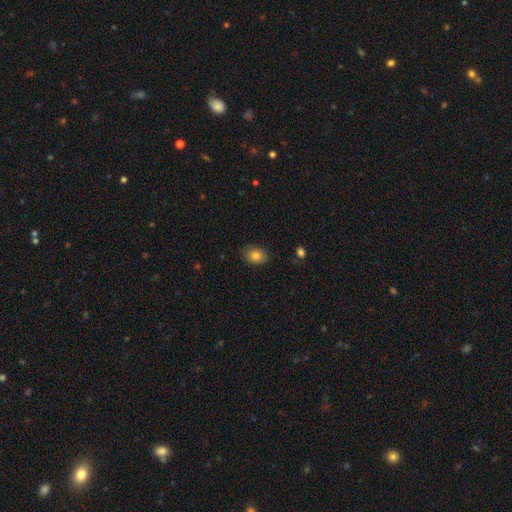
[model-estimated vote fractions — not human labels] This appears to be a smooth galaxy with no disk features (82%) that is in between round and cigar-shaped (71%). Merging: none (84%).